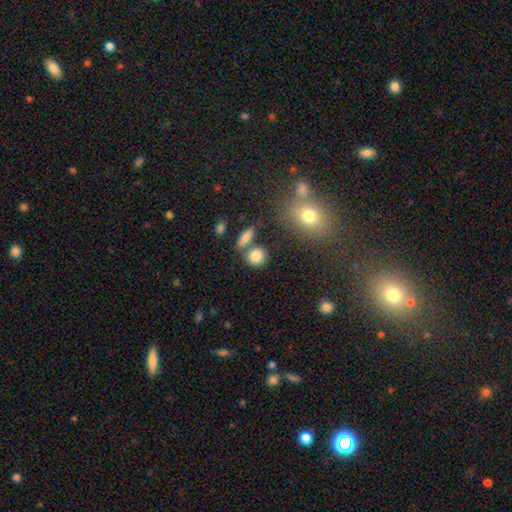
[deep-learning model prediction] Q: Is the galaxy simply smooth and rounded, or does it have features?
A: smooth — 82%.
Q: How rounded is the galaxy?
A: round — 73%.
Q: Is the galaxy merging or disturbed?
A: none — 65%.